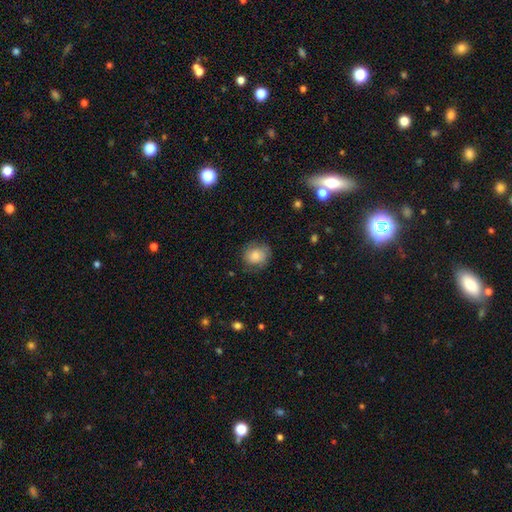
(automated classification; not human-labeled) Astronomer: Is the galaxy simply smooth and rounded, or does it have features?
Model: smooth — 75%.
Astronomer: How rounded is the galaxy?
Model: round — 72%.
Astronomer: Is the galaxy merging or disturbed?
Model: none — 72%.